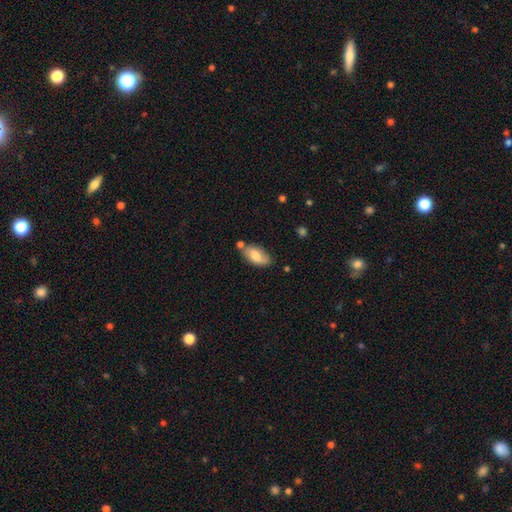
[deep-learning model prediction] Q: Smooth or featured?
A: smooth (75%); runner-up: featured or disk (18%)
Q: How rounded?
A: in between (92%); runner-up: cigar-shaped (5%)
Q: Merging?
A: none (62%); runner-up: minor disturbance (22%)